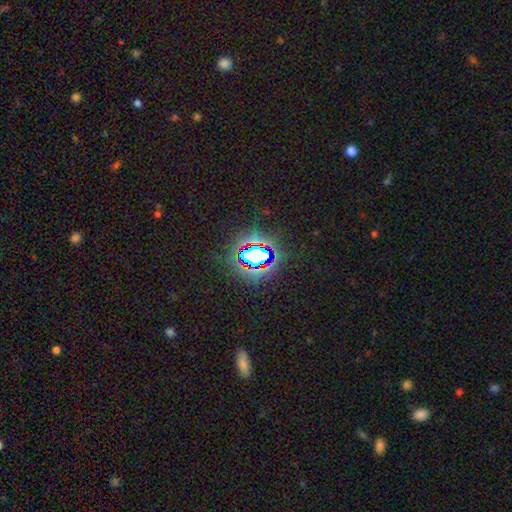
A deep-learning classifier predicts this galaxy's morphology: Smooth or featured? star or artifact (69%)